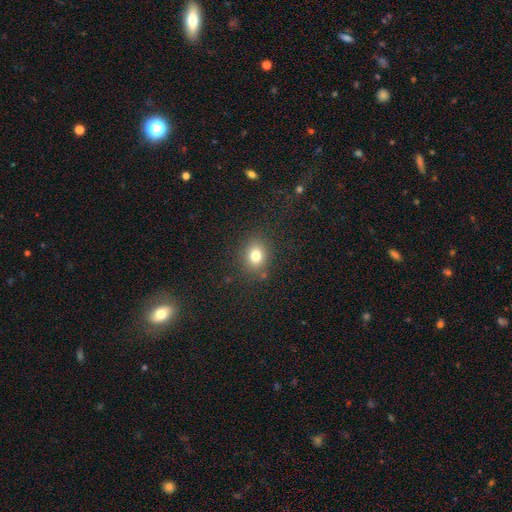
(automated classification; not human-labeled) Overall: smooth (78%). How rounded: round (54%; in between 44%). Merging: none (83%).